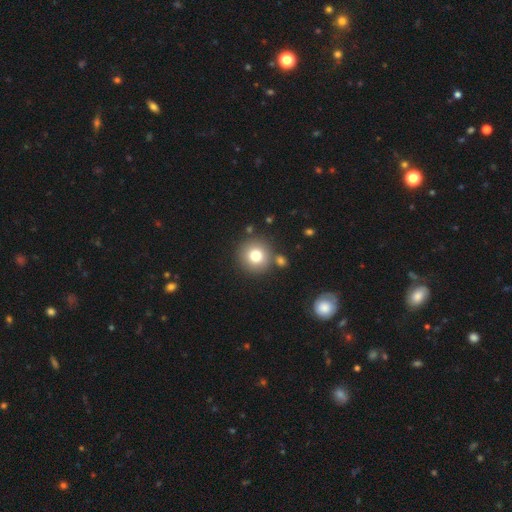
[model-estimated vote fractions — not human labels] Q: Smooth or featured?
A: smooth (78%); runner-up: star or artifact (11%)
Q: How rounded?
A: round (94%); runner-up: in between (5%)
Q: Merging?
A: none (80%); runner-up: merger (9%)